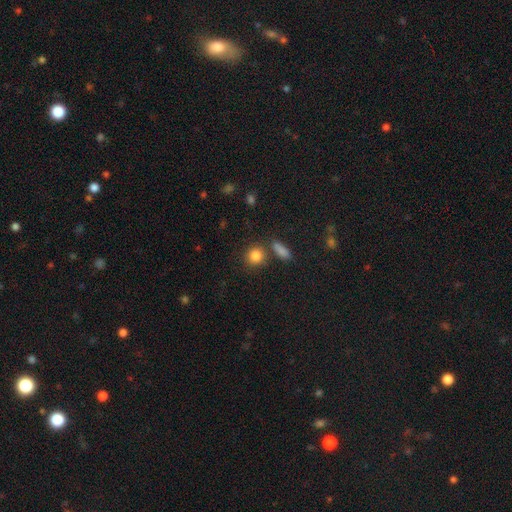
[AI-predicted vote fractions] A smooth galaxy with no disk features (85%) that is round (80%).

Vote fractions:
- Smooth or featured? smooth: 85% / star or artifact: 10% / featured or disk: 6%
- How rounded? round: 80% / in between: 18% / cigar-shaped: 2%
- Merging? none: 74% / merger: 12% / minor disturbance: 10% / major disturbance: 4%